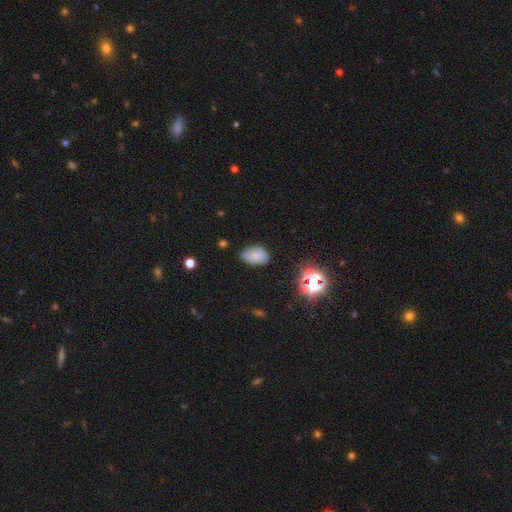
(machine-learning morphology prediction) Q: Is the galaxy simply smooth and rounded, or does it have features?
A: smooth — 71%.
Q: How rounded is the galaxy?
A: in between — 88%.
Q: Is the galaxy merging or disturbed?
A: none — 69%.